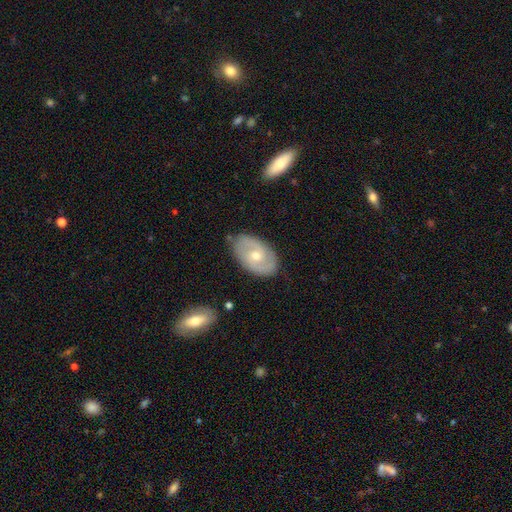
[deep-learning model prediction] Morphology: type=featured or disk (70%); edge-on=no (95%); bar=no (60%); spiral arms=yes (83%); winding=medium (42%); arm count=2 (79%); bulge=moderate (56%); merging=none (80%).